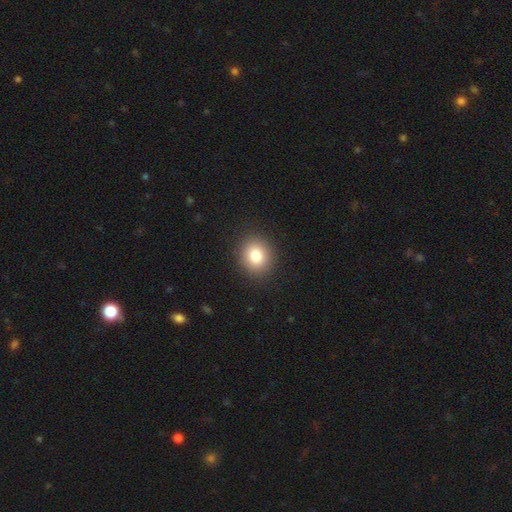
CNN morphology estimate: A smooth galaxy with no disk features (82%) that is round (76%). Merging: none (91%).